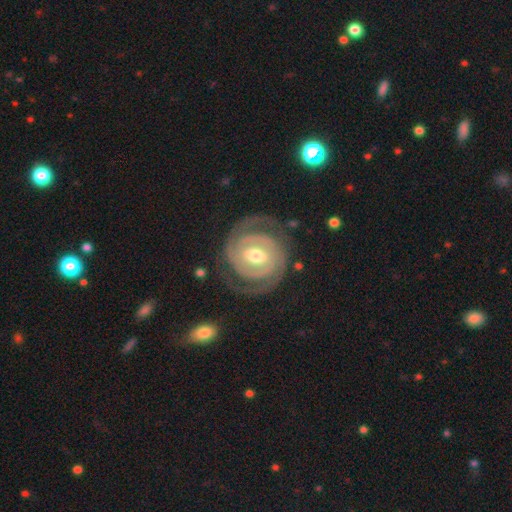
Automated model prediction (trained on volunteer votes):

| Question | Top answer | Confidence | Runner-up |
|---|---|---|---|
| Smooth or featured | featured or disk | 89% | smooth (7%) |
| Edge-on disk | no | 98% | yes (2%) |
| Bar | weak | 43% | strong (32%) |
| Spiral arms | yes | 95% | no (5%) |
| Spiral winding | tight | 70% | medium (25%) |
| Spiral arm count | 2 | 85% | can't tell (6%) |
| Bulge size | moderate | 74% | small (16%) |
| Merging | none | 79% | minor disturbance (12%) |